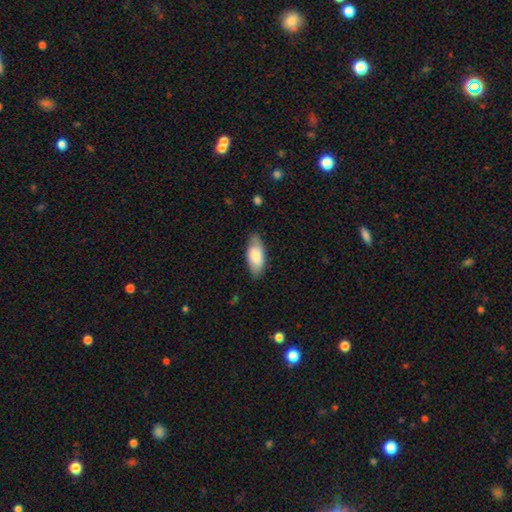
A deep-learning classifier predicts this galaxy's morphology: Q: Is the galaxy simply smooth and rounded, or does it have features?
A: smooth — 76%.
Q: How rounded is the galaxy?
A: in between — 87%.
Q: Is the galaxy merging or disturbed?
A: none — 75%.